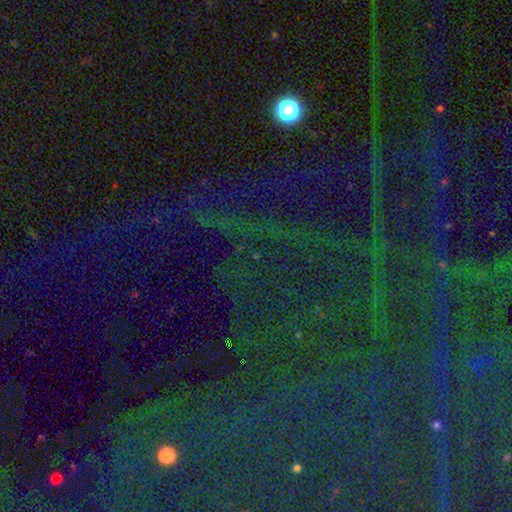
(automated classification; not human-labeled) This is clearly a star or artifact rather than a galaxy (81%).